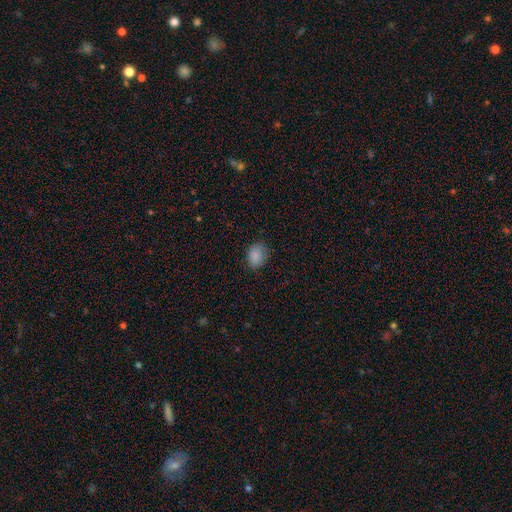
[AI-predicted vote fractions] This appears to be a smooth galaxy with no disk features (87%) that is in between round and cigar-shaped (56%). Merging: none (79%).